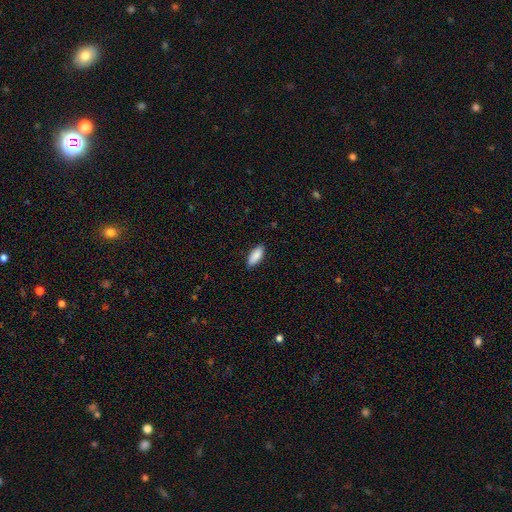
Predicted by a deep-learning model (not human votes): A smooth galaxy with no disk features (89%) that is in between round and cigar-shaped (80%).

Vote fractions:
- Smooth or featured? smooth: 89% / star or artifact: 6% / featured or disk: 6%
- How rounded? in between: 80% / cigar-shaped: 18% / round: 2%
- Merging? none: 87% / minor disturbance: 10% / major disturbance: 2% / merger: 1%